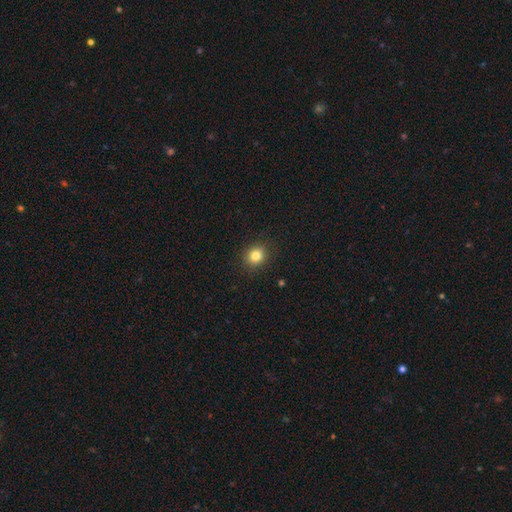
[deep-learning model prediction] Smooth or featured? Predicted: smooth (p=0.82). How rounded? Predicted: round (p=0.80). Merging? Predicted: none (p=0.90).